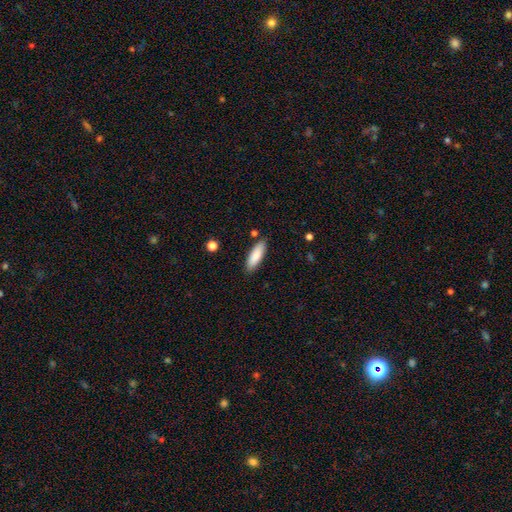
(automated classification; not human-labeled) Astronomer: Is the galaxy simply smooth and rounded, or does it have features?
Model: smooth — 86%.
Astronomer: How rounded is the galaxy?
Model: in between — 52% (runner-up: cigar-shaped, 46%).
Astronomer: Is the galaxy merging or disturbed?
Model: none — 85%.